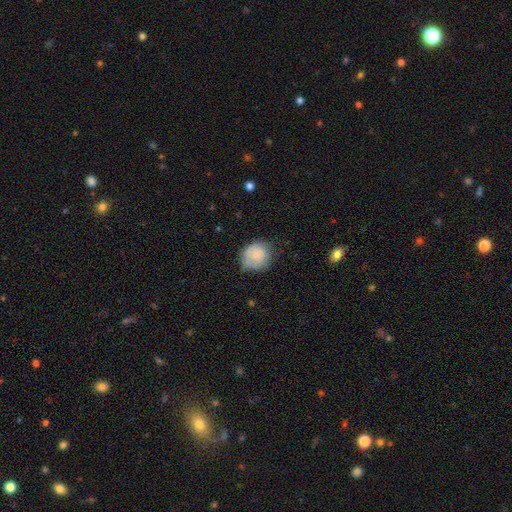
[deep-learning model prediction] Morphology: type=smooth (77%); roundness=round (79%); merging=none (51%).